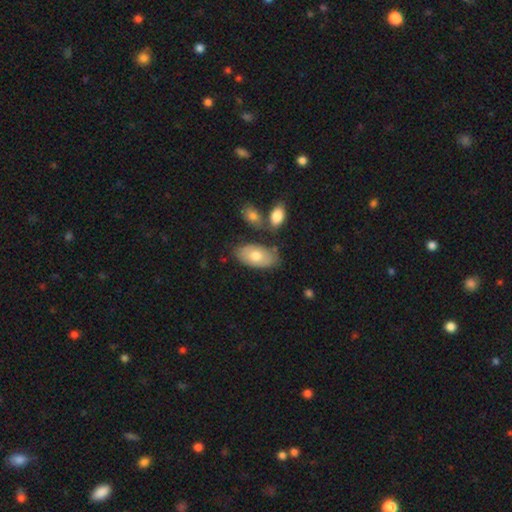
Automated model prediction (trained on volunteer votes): Smooth or featured?
  - smooth: 67% *
  - featured or disk: 28%
  - star or artifact: 6%
How rounded?
  - in between: 94% *
  - round: 4%
  - cigar-shaped: 2%
Merging?
  - none: 69% *
  - minor disturbance: 17%
  - merger: 9%
  - major disturbance: 4%